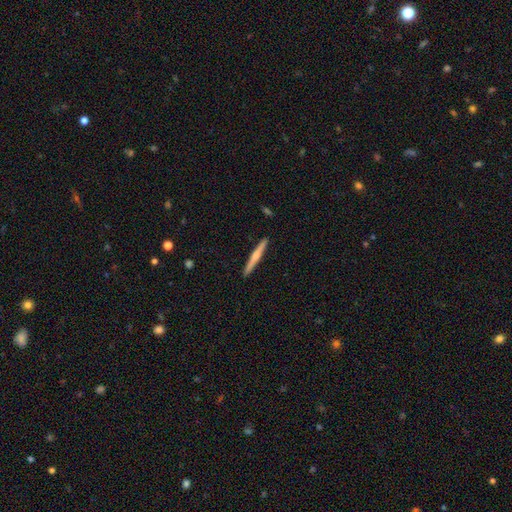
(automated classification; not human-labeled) Smooth or featured? featured or disk (53%)
Edge-on disk? yes (98%)
Edge-on bulge? rounded (72%)
Merging? none (92%)